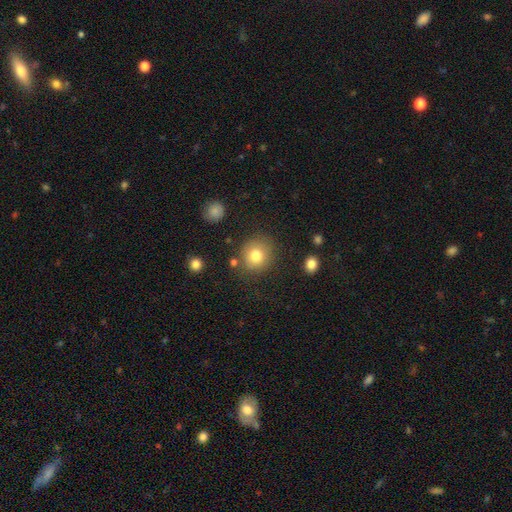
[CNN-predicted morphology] smooth_or_featured: smooth (p=0.80) [alt: star or artifact p=0.11]
how_rounded: round (p=0.85) [alt: in between p=0.14]
merging: none (p=0.79) [alt: minor disturbance p=0.12]